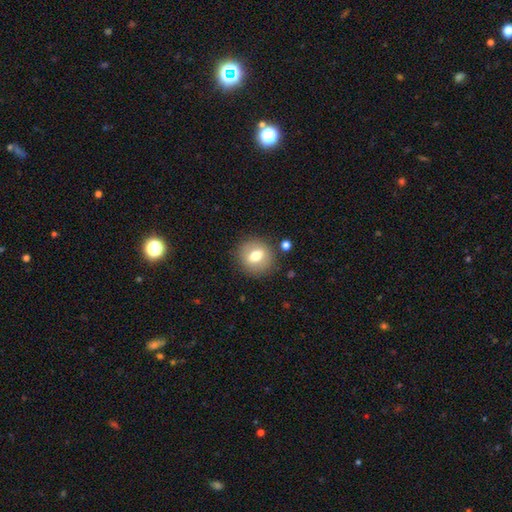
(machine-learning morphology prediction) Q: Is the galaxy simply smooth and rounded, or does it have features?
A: smooth — 67%.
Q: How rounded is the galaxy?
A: round — 80%.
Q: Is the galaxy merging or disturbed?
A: none — 85%.